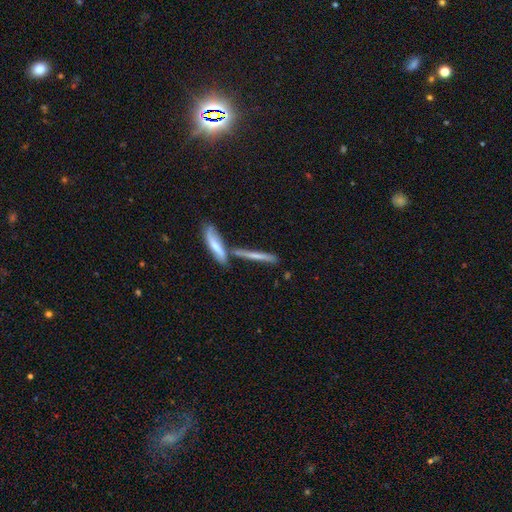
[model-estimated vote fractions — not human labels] Smooth or featured? smooth (48%)
Merging? none (54%)